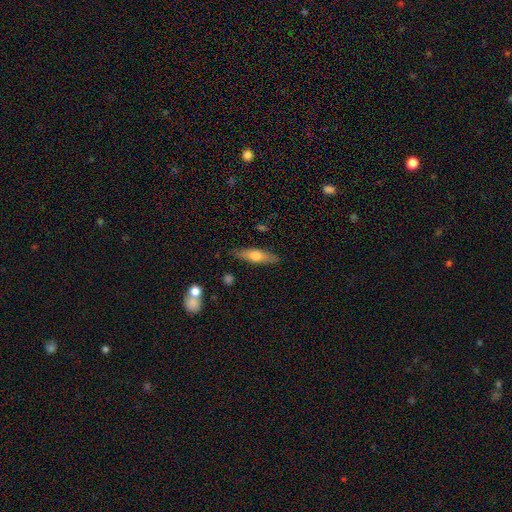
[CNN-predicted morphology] This appears to be a smooth galaxy with no disk features (53%) that is cigar-shaped (65%). Merging: none (85%).